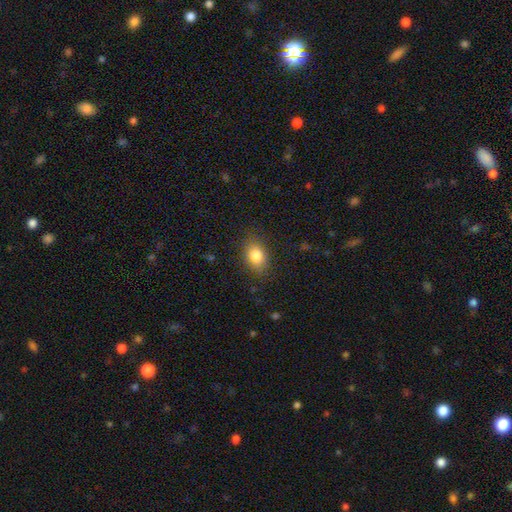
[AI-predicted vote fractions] A smooth galaxy with no disk features (82%) that is in between round and cigar-shaped (75%).

Vote fractions:
- Smooth or featured? smooth: 82% / star or artifact: 9% / featured or disk: 8%
- How rounded? in between: 75% / round: 23% / cigar-shaped: 2%
- Merging? none: 84% / minor disturbance: 11% / major disturbance: 3% / merger: 1%